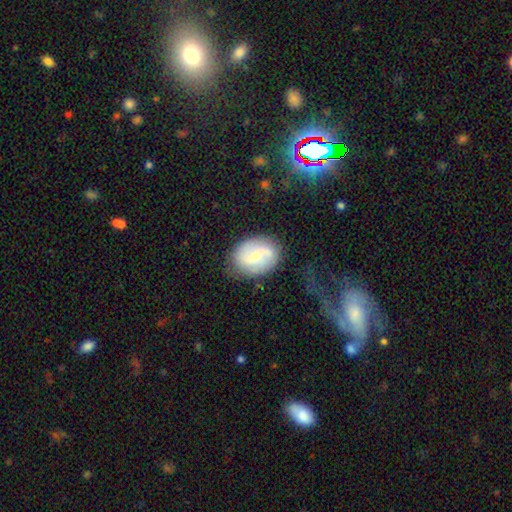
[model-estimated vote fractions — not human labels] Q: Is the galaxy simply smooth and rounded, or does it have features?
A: featured or disk — 62%.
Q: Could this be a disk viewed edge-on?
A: no — 97%.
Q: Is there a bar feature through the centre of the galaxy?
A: weak — 48%.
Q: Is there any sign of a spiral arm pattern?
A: yes — 85%.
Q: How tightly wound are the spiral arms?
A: medium — 42%.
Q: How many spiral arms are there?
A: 2 — 85%.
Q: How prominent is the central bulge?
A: moderate — 50%.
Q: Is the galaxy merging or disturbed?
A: none — 75%.